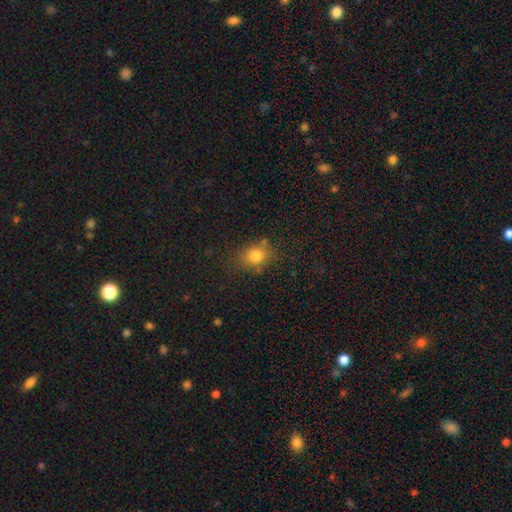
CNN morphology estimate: Overall: smooth (79%). How rounded: round (57%; in between 42%). Merging: none (71%).